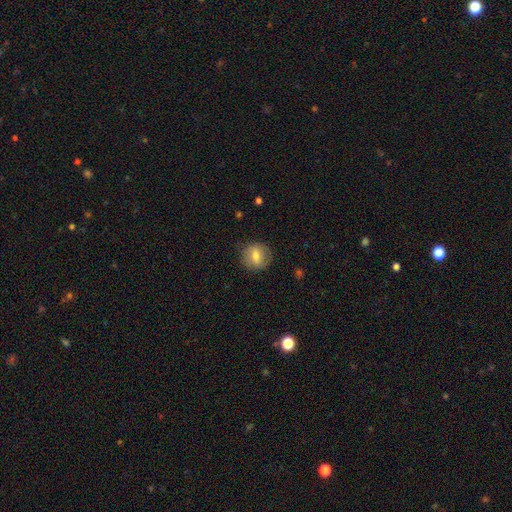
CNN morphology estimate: Smooth or featured: smooth — 63% (featured or disk — 29%)
How rounded: round — 79% (in between — 19%)
Merging: none — 81% (minor disturbance — 13%)